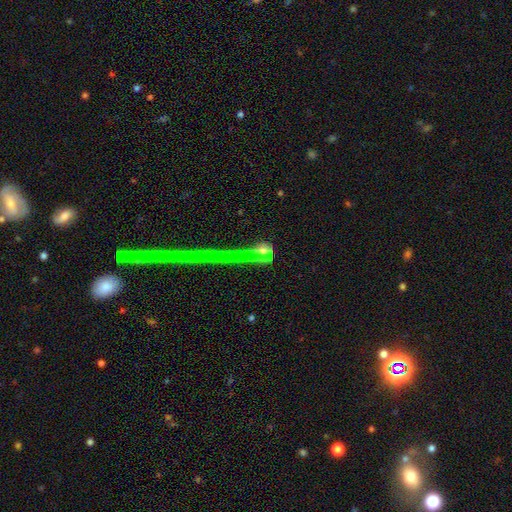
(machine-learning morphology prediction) This is possibly a star or artifact rather than a galaxy (51%).